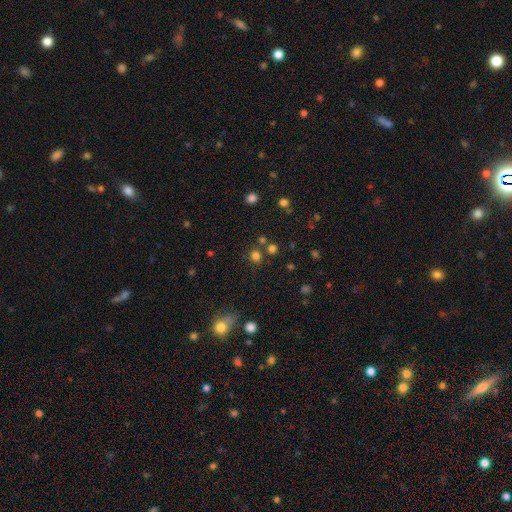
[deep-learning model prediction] Smooth or featured? Predicted: smooth (p=0.72). How rounded? Predicted: round (p=0.87). Merging? Predicted: none (p=0.76).